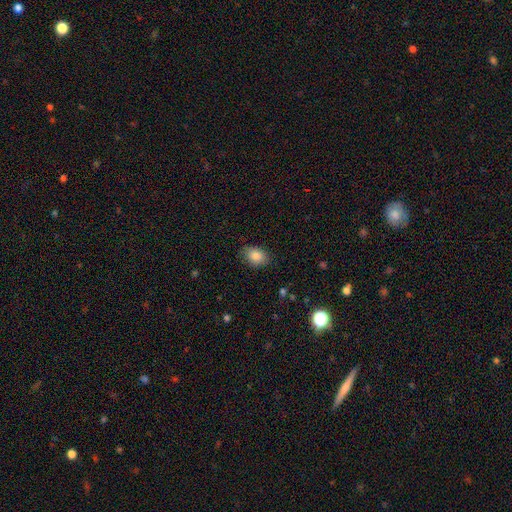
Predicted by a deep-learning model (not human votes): smooth_or_featured: smooth (p=0.86) [alt: star or artifact p=0.08]
how_rounded: in between (p=0.77) [alt: round p=0.21]
merging: none (p=0.81) [alt: minor disturbance p=0.15]